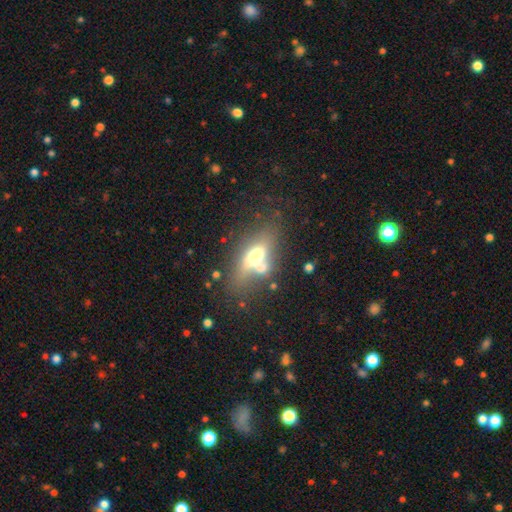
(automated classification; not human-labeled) A smooth galaxy with no disk features (52%) that is in between round and cigar-shaped (75%).

Vote fractions:
- Smooth or featured? smooth: 52% / featured or disk: 37% / star or artifact: 11%
- How rounded? in between: 75% / cigar-shaped: 15% / round: 10%
- Merging? merger: 36% / none: 34% / minor disturbance: 15% / major disturbance: 15%